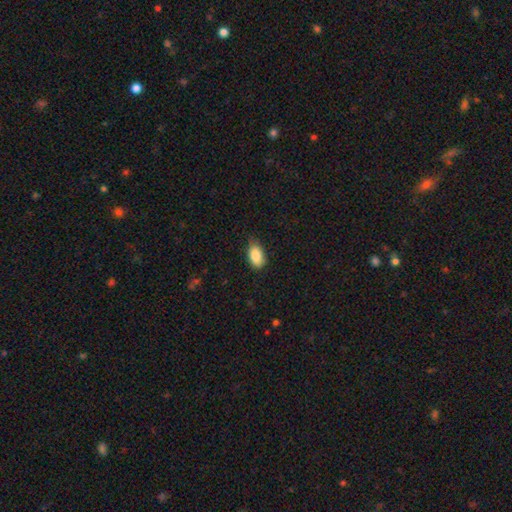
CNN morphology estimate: type=smooth (87%); roundness=in between (92%); merging=none (72%).